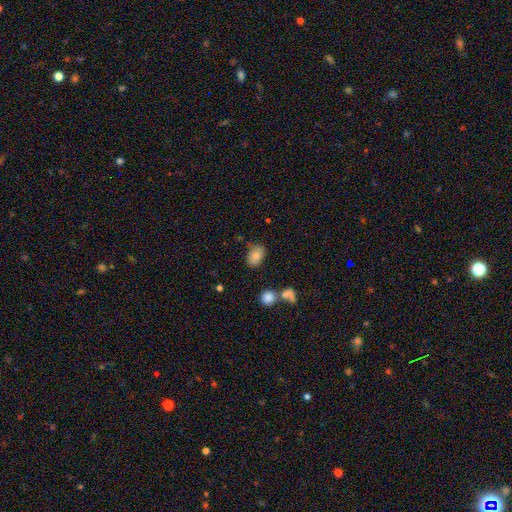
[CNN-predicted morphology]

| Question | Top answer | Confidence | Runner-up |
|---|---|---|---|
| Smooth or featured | smooth | 82% | star or artifact (9%) |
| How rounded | in between | 85% | round (14%) |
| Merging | none | 65% | minor disturbance (21%) |